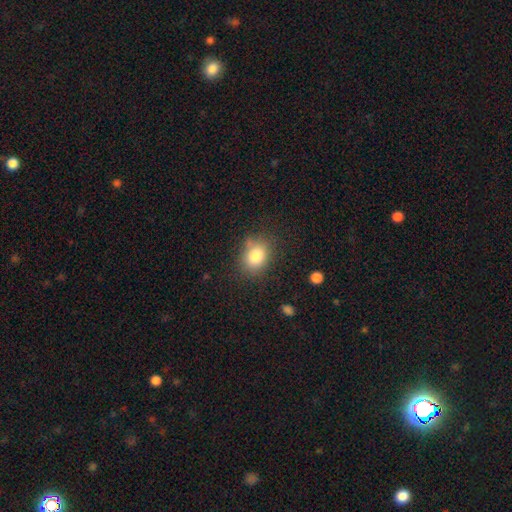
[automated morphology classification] This appears to be a smooth galaxy with no disk features (80%) that is in between round and cigar-shaped (50%). Merging: none (75%).